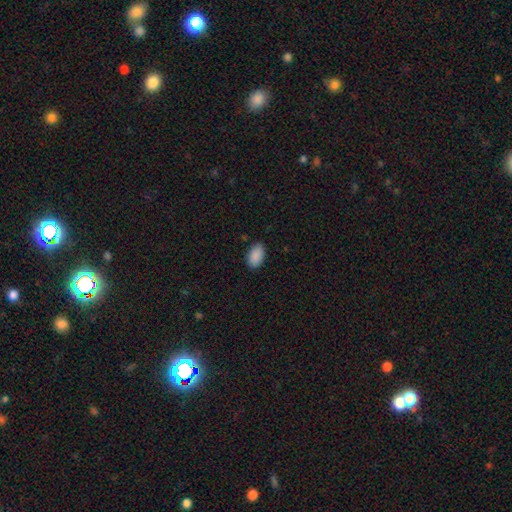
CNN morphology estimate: Smooth or featured? smooth (90%)
How rounded? in between (94%)
Merging? none (87%)